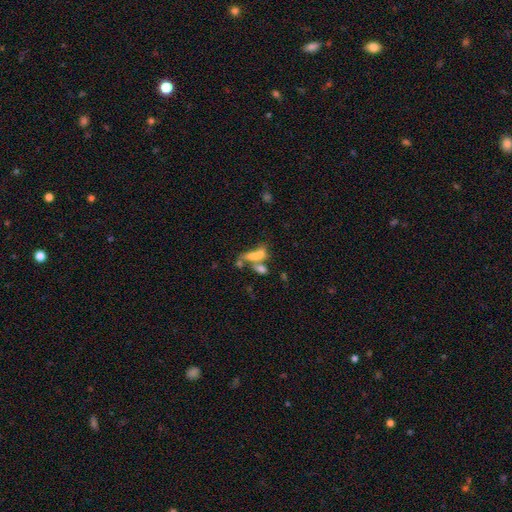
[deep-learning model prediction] A smooth galaxy with no disk features (55%) that is in between round and cigar-shaped (68%).

Vote fractions:
- Smooth or featured? smooth: 55% / featured or disk: 32% / star or artifact: 14%
- How rounded? in between: 68% / round: 16% / cigar-shaped: 15%
- Merging? merger: 61% / none: 21% / major disturbance: 10% / minor disturbance: 8%